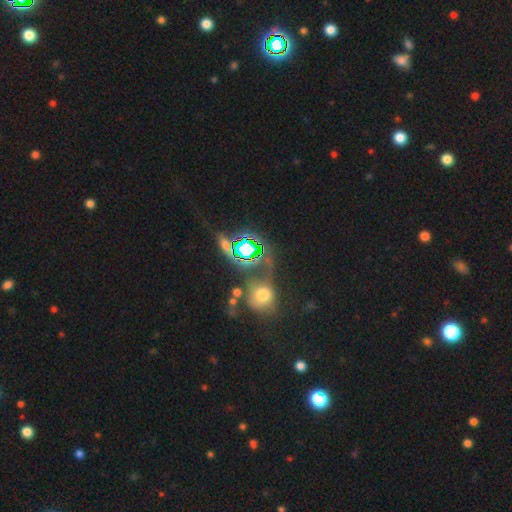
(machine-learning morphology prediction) Smooth or featured? Predicted: star or artifact (p=0.44).